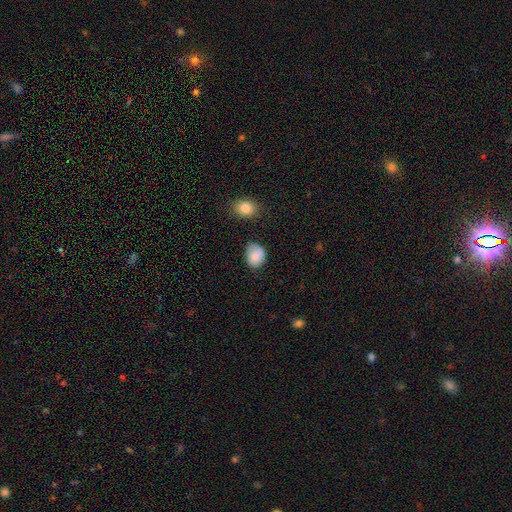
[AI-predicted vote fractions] Morphology: type=smooth (80%); roundness=in between (62%); merging=none (58%).